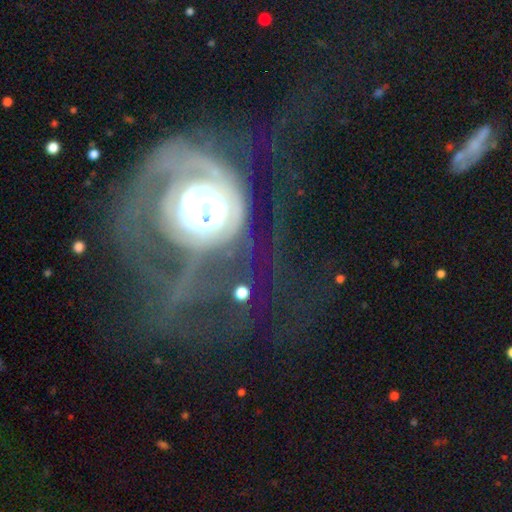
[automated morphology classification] A featured or disk galaxy (62%) with no bar (79%), spiral arms (59%) and a large central bulge (41%). Merging: major disturbance (43%).